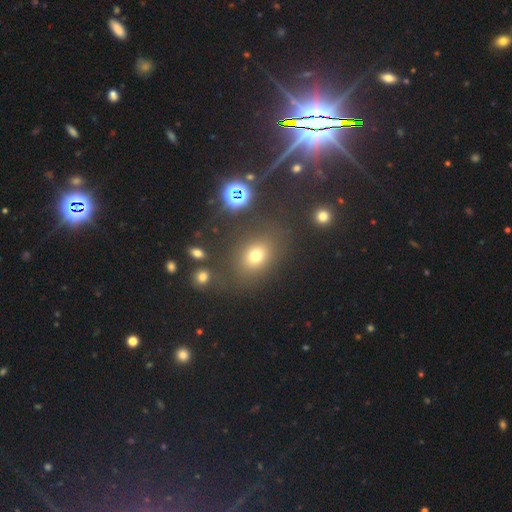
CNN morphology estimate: Smooth or featured? smooth (69%)
How rounded? in between (52%)
Merging? none (76%)